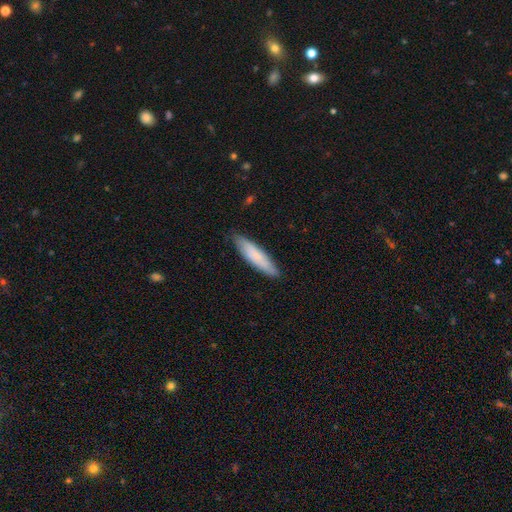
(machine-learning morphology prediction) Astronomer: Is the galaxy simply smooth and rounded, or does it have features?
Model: smooth — 76%.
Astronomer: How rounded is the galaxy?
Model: cigar-shaped — 76%.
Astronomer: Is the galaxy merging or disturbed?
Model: none — 85%.